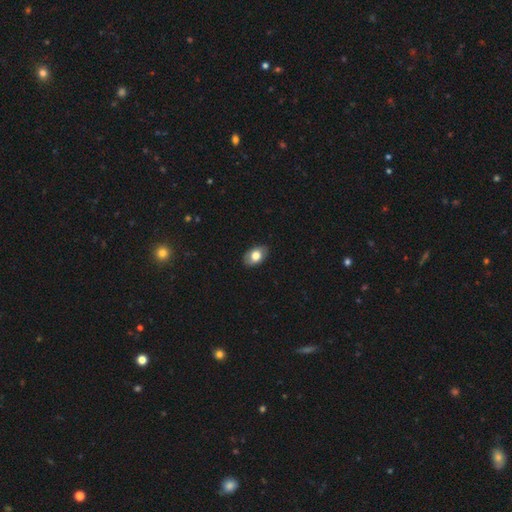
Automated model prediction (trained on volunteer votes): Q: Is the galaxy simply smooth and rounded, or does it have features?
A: smooth — 71%.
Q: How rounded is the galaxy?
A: in between — 89%.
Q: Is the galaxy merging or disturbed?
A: none — 86%.